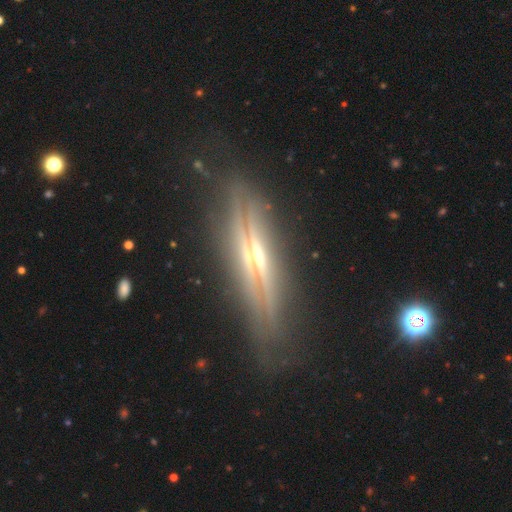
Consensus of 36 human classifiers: A featured or disk galaxy (72%) viewed edge-on (92%) with a rounded central bulge (71%). Merging: none (82%).